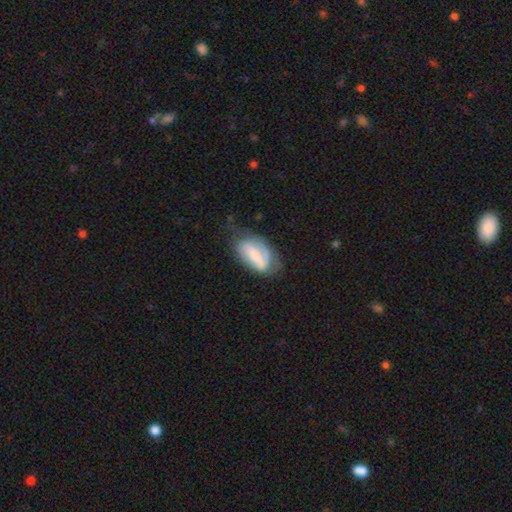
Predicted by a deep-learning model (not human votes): Overall: featured or disk (49%; smooth 44%). Merging: none (42%; minor disturbance 33%).